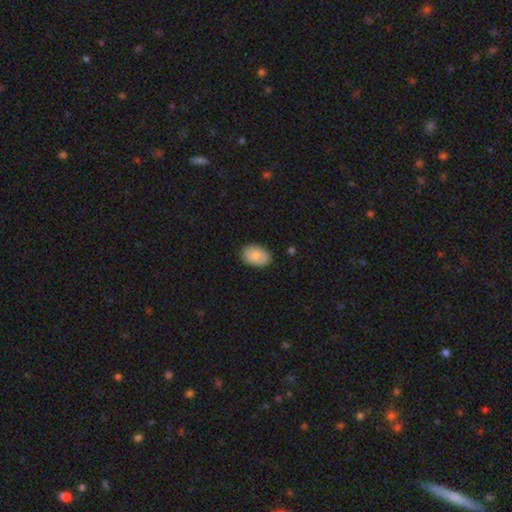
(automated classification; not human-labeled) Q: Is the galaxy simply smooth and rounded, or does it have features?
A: smooth — 87%.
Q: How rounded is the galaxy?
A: in between — 86%.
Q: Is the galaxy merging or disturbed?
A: none — 86%.